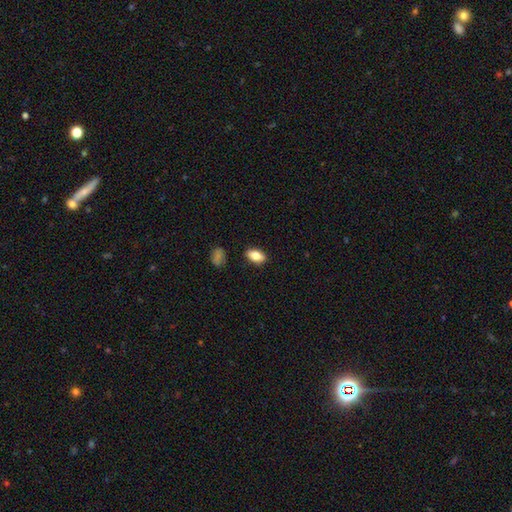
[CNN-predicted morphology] Smooth or featured: smooth — 80% (featured or disk — 13%)
How rounded: in between — 89% (cigar-shaped — 5%)
Merging: none — 87% (minor disturbance — 10%)